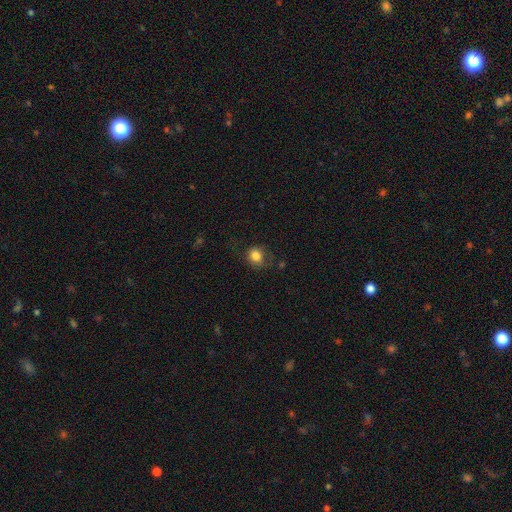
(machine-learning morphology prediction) This appears to be a smooth galaxy with no disk features (83%) that is round (70%). Merging: none (66%).